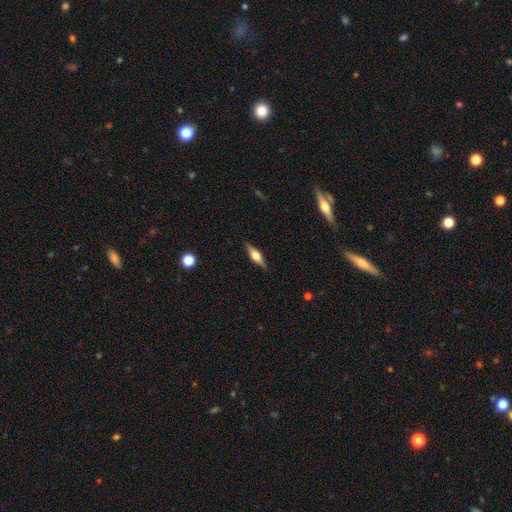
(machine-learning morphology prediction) Smooth or featured? Predicted: featured or disk (p=0.60). Edge-on disk? Predicted: yes (p=0.96). Edge-on bulge? Predicted: rounded (p=0.88). Merging? Predicted: none (p=0.87).